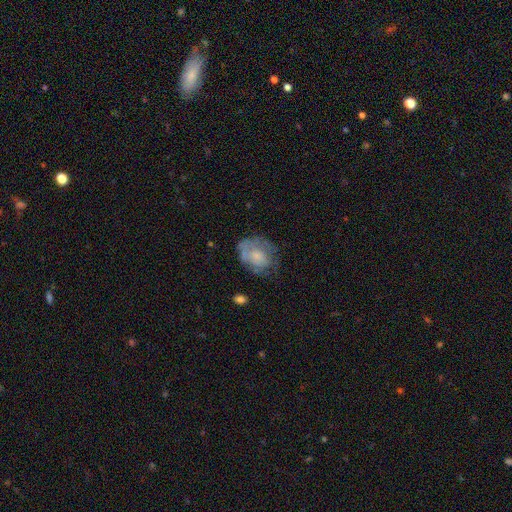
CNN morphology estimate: Smooth or featured? smooth (49%)
Merging? none (51%)